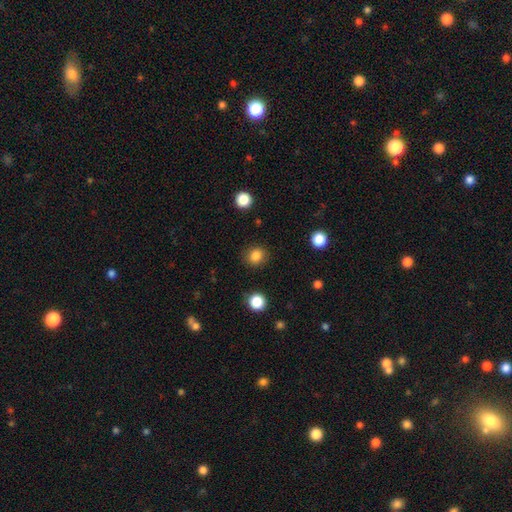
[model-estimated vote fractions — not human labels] This is clearly a smooth galaxy (84%). How rounded: clearly round (82%). Merging: clearly none (88%).